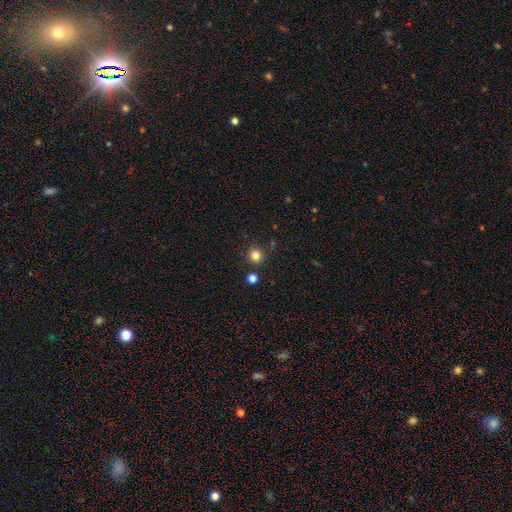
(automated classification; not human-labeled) A smooth galaxy with no disk features (82%) that is round (91%). Merging: none (86%).